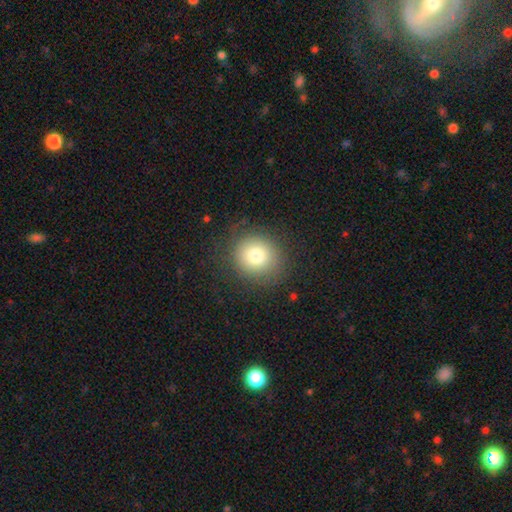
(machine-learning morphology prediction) This appears to be a smooth galaxy with no disk features (77%) that is round (89%). Merging: none (82%).